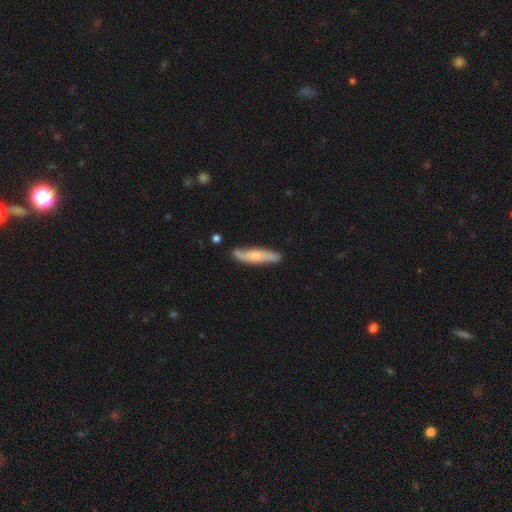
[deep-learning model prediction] A featured or disk galaxy (48%). Merging: none (76%).